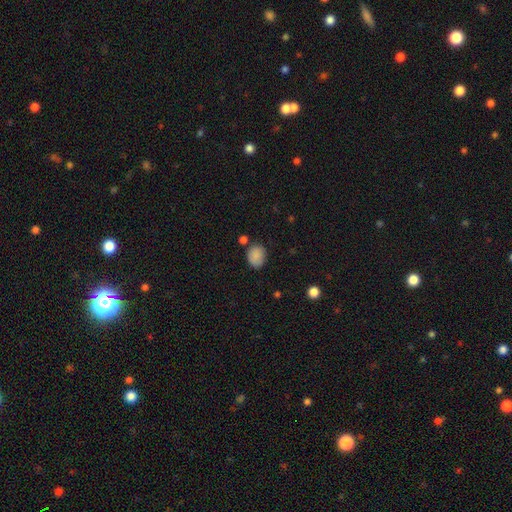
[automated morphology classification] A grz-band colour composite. It shows a smooth galaxy with no disk features (87%) that is in between round and cigar-shaped (53%). Merging: none (74%).